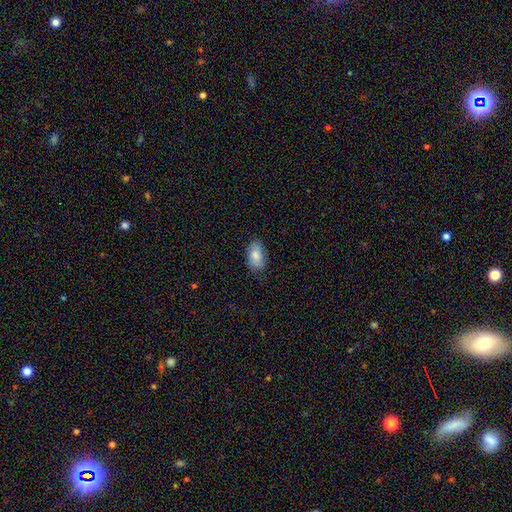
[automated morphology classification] Smooth or featured: smooth — 82% (featured or disk — 11%)
How rounded: in between — 93% (round — 5%)
Merging: none — 78% (minor disturbance — 18%)